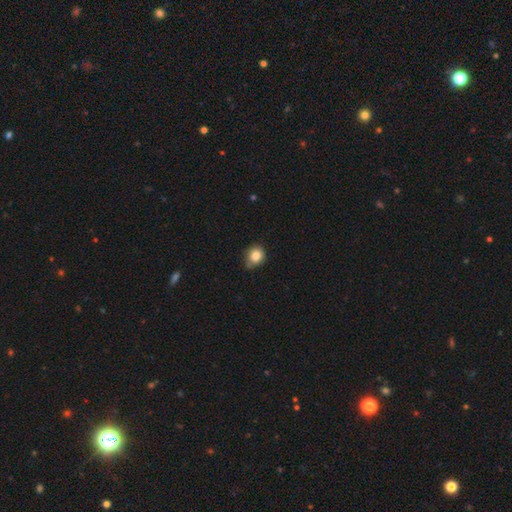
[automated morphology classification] Smooth or featured? Predicted: smooth (p=0.84). How rounded? Predicted: round (p=0.64). Merging? Predicted: none (p=0.66).